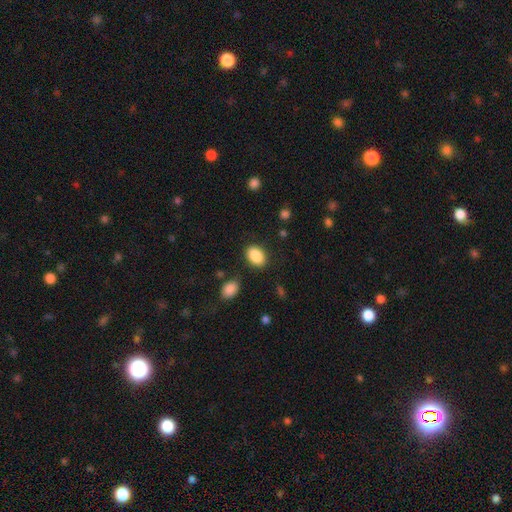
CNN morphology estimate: This is clearly a smooth galaxy (89%). How rounded: clearly in between (83%). Merging: clearly none (85%).